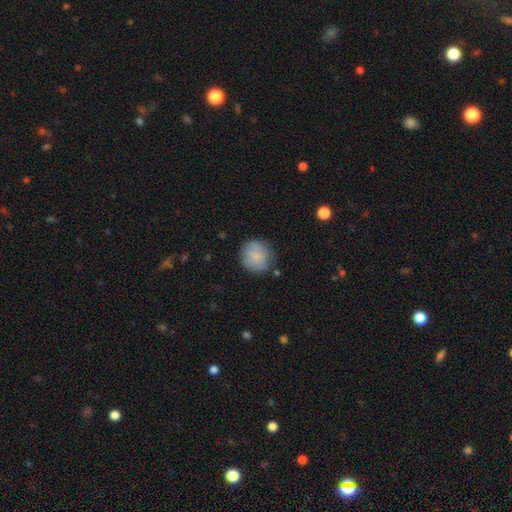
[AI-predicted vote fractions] This appears to be a smooth galaxy with no disk features (78%) that is round (90%). Merging: none (74%).